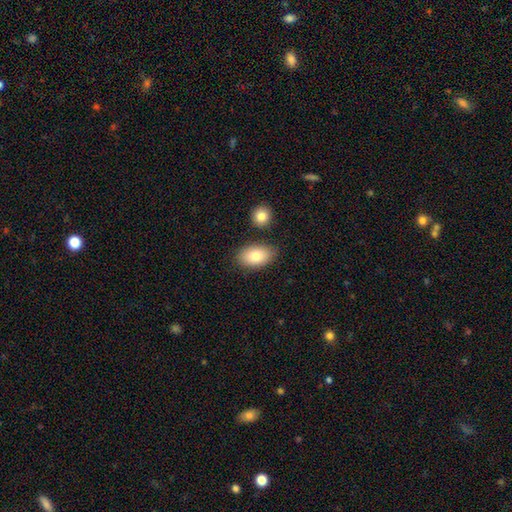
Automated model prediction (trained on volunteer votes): A smooth galaxy with no disk features (81%) that is in between round and cigar-shaped (92%).

Vote fractions:
- Smooth or featured? smooth: 81% / featured or disk: 12% / star or artifact: 7%
- How rounded? in between: 92% / round: 7% / cigar-shaped: 2%
- Merging? none: 78% / minor disturbance: 12% / merger: 8% / major disturbance: 3%